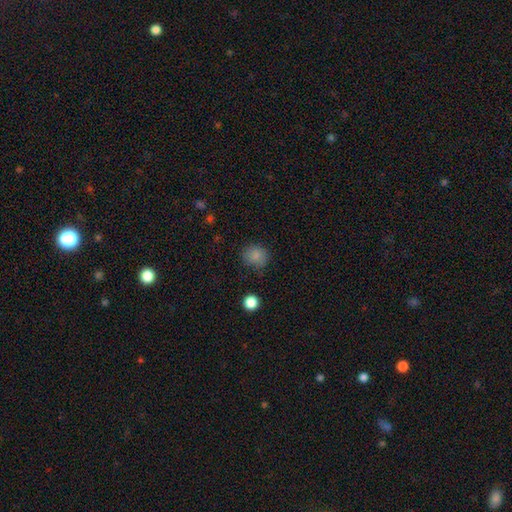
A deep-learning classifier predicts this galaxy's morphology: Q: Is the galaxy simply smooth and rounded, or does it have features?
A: smooth — 84%.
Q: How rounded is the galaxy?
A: round — 79%.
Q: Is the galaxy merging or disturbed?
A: none — 77%.